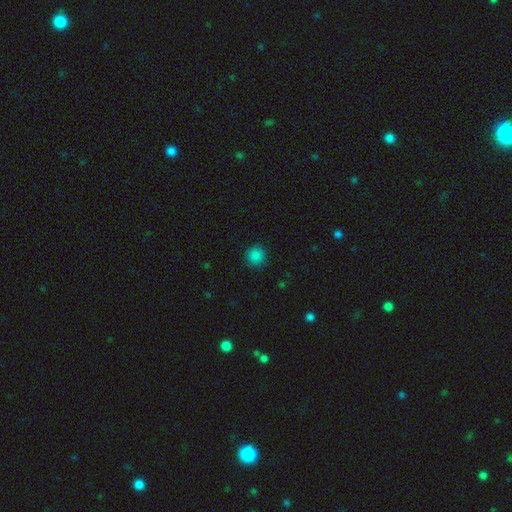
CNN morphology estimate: The model was most divided on "smooth or featured": smooth: 86%, star or artifact: 12%, featured or disk: 3%. More confident: how rounded — round (94%); merging — none (91%).